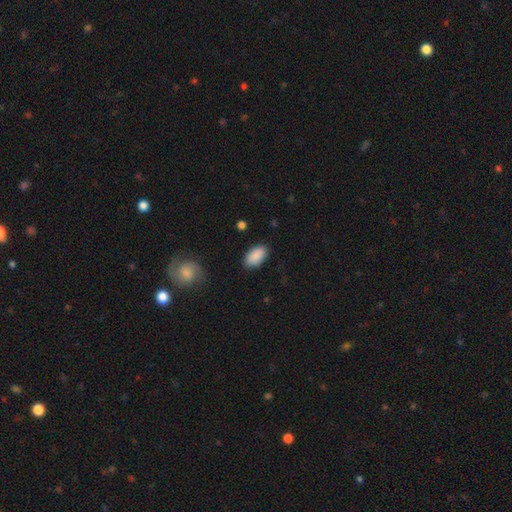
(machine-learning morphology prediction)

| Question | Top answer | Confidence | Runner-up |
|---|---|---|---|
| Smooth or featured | smooth | 89% | star or artifact (6%) |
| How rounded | in between | 94% | round (4%) |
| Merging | none | 85% | minor disturbance (11%) |